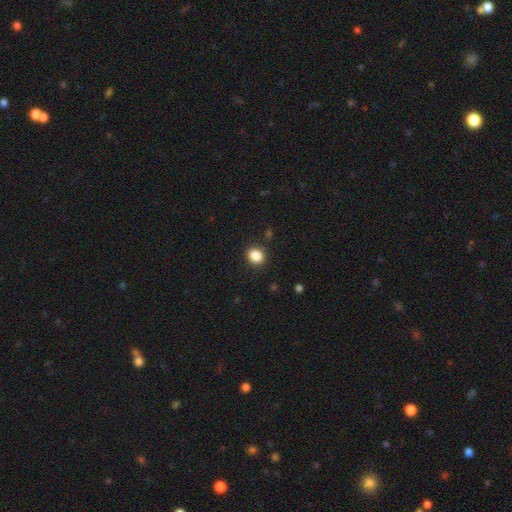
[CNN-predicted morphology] type=smooth (87%); roundness=round (61%); merging=none (87%).